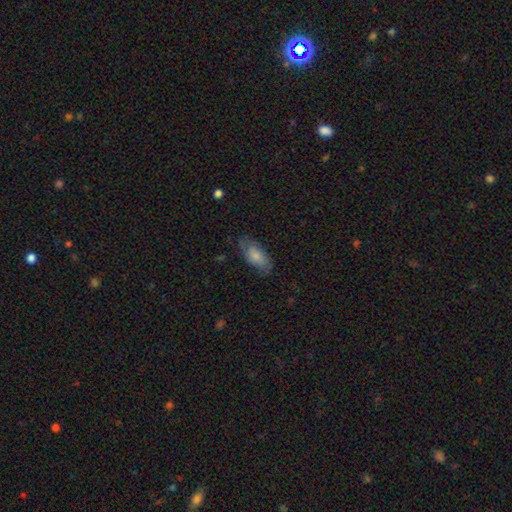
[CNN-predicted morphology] Smooth or featured? Predicted: smooth (p=0.75). How rounded? Predicted: in between (p=0.88). Merging? Predicted: none (p=0.69).